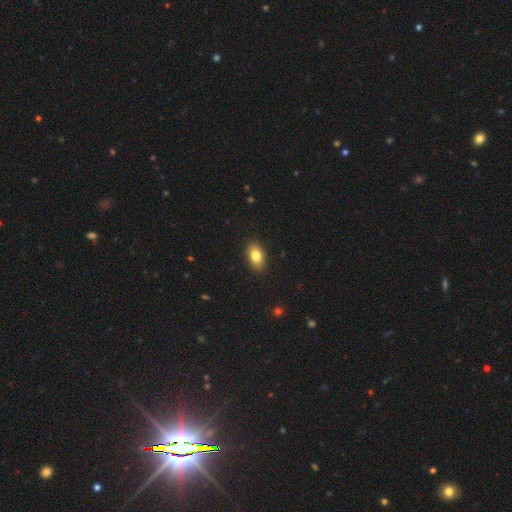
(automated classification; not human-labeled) A smooth galaxy with no disk features (82%) that is in between round and cigar-shaped (90%).

Vote fractions:
- Smooth or featured? smooth: 82% / featured or disk: 11% / star or artifact: 8%
- How rounded? in between: 90% / round: 7% / cigar-shaped: 3%
- Merging? none: 89% / minor disturbance: 8% / major disturbance: 2% / merger: 1%